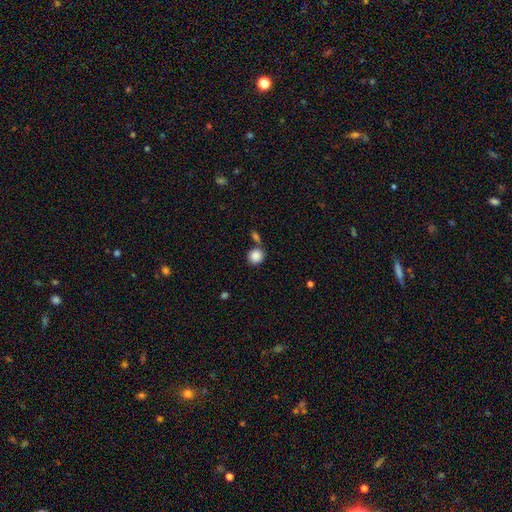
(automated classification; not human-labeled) This appears to be a smooth galaxy with no disk features (88%) that is round (85%). Merging: none (67%).